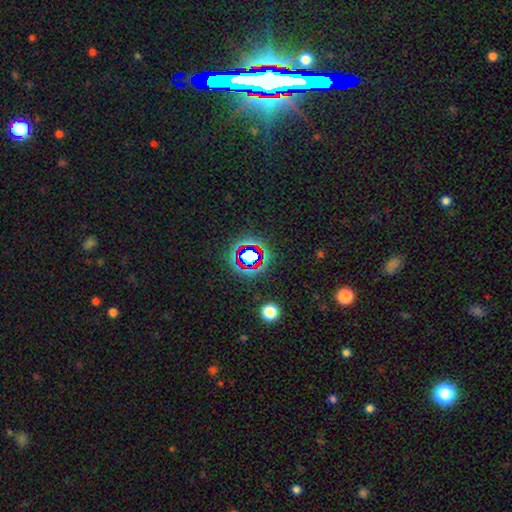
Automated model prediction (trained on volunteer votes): Smooth or featured: star or artifact — 70% (smooth — 19%)